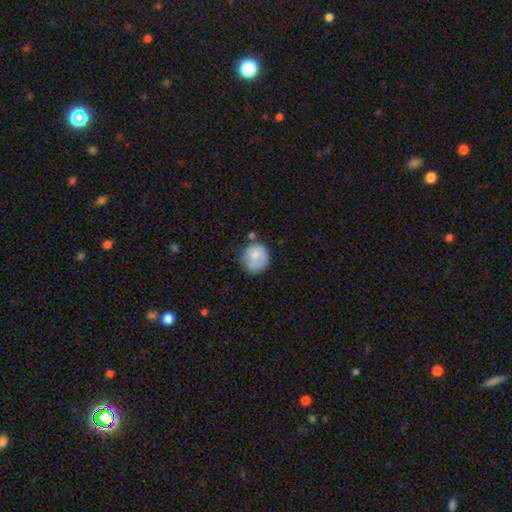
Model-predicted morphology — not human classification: This appears to be a smooth galaxy with no disk features (79%) that is round (82%). Merging: none (64%).